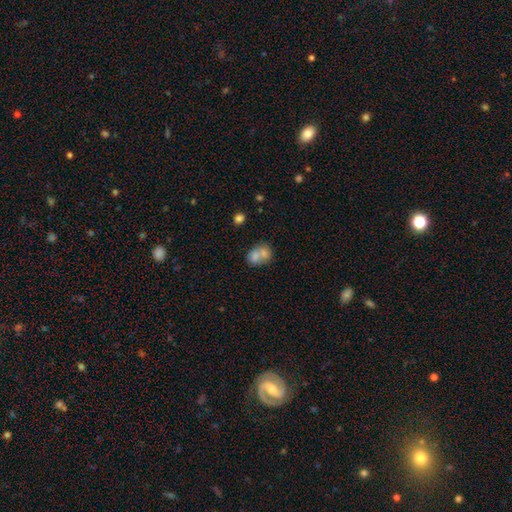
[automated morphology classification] smooth_or_featured: smooth (p=0.71) [alt: featured or disk p=0.19]
how_rounded: in between (p=0.53) [alt: round p=0.46]
merging: merger (p=0.65) [alt: none p=0.24]